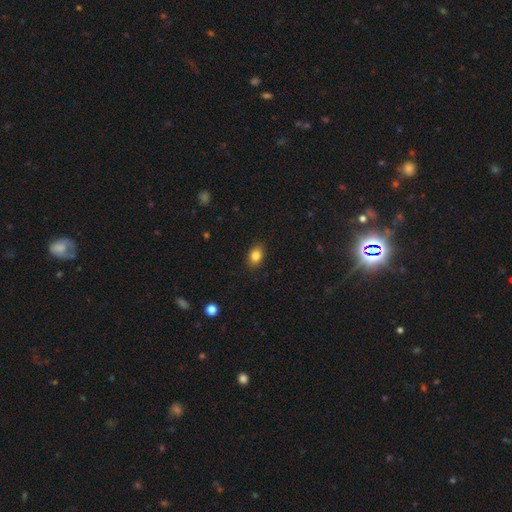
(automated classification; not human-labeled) A smooth galaxy with no disk features (84%) that is in between round and cigar-shaped (77%).

Vote fractions:
- Smooth or featured? smooth: 84% / star or artifact: 9% / featured or disk: 7%
- How rounded? in between: 77% / round: 21% / cigar-shaped: 1%
- Merging? none: 87% / minor disturbance: 10% / major disturbance: 2% / merger: 1%